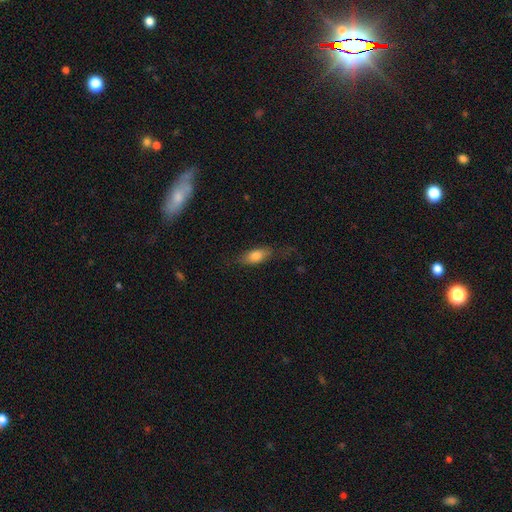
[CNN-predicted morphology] smooth-or-featured: smooth: 74% | featured or disk: 19% | star or artifact: 7%
  how-rounded: in between: 75% | cigar-shaped: 21% | round: 4%
  merging: none: 66% | minor disturbance: 22% | major disturbance: 10% | merger: 2%